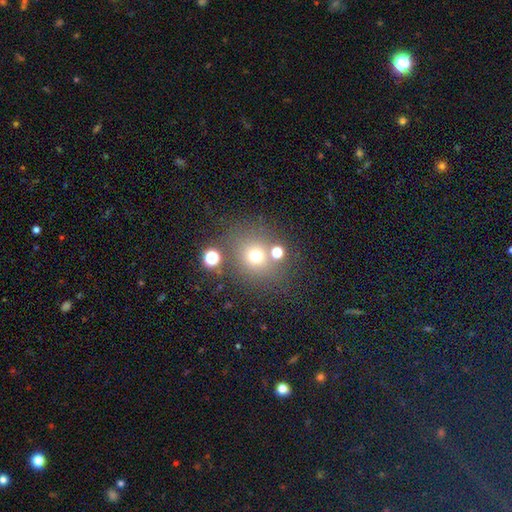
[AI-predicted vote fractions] A smooth galaxy with no disk features (67%) that is round (82%).

Vote fractions:
- Smooth or featured? smooth: 67% / star or artifact: 22% / featured or disk: 12%
- How rounded? round: 82% / in between: 17% / cigar-shaped: 1%
- Merging? none: 71% / merger: 12% / minor disturbance: 11% / major disturbance: 6%